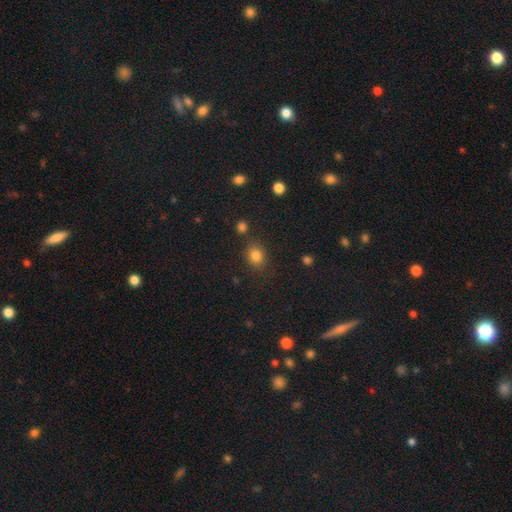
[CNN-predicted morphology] smooth-or-featured: smooth: 81% | star or artifact: 13% | featured or disk: 6%
  how-rounded: round: 65% | in between: 34% | cigar-shaped: 1%
  merging: none: 79% | minor disturbance: 11% | merger: 6% | major disturbance: 4%